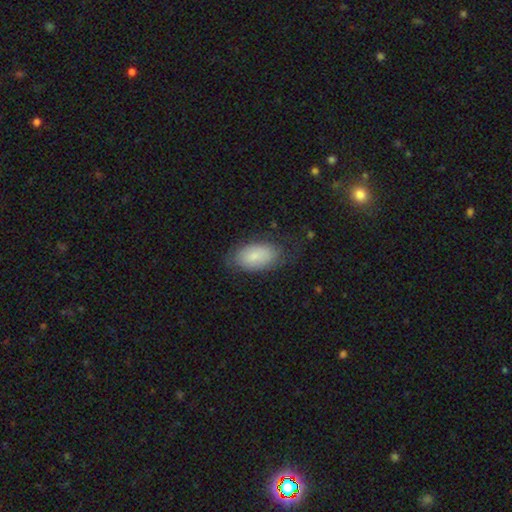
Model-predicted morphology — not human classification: Smooth or featured? smooth (79%)
How rounded? in between (94%)
Merging? none (66%)